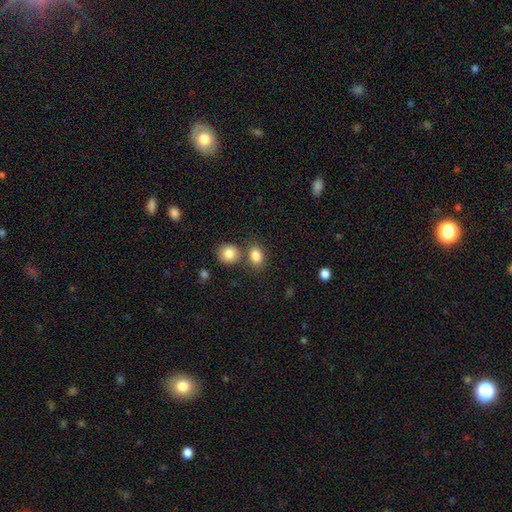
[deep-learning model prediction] smooth 84%, star or artifact 10%, featured or disk 6%. Down the decision tree: how rounded — in between (61%); merging — none (64%).